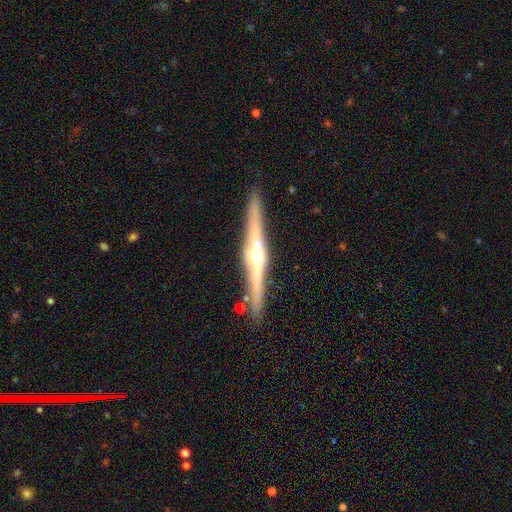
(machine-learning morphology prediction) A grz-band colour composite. It shows a featured or disk galaxy (82%) viewed edge-on (98%) with a rounded central bulge (90%). Merging: none (90%).